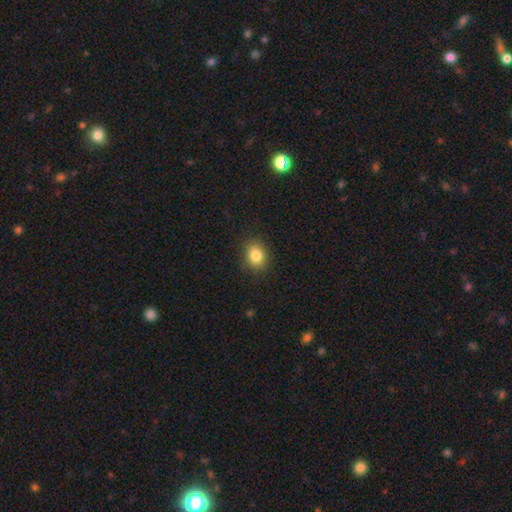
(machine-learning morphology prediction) This appears to be a smooth galaxy with no disk features (83%) that is round (60%). Merging: none (86%).